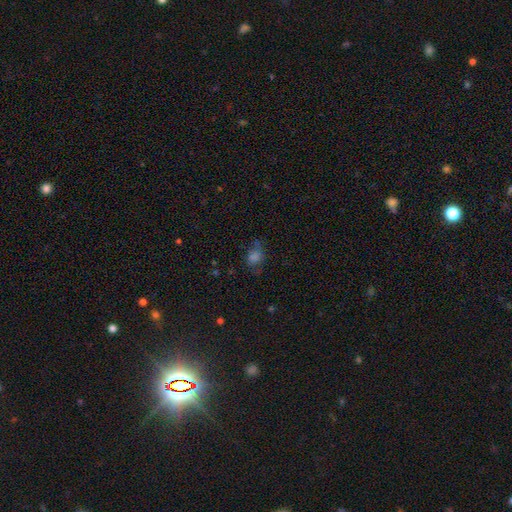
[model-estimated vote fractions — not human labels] Smooth or featured? smooth (52%)
How rounded? round (52%)
Merging? none (61%)